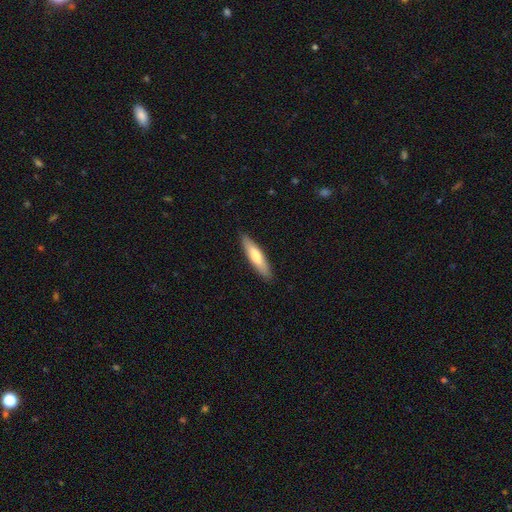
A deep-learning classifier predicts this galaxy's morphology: The model was most divided on "smooth or featured": smooth: 68%, featured or disk: 27%, star or artifact: 5%. More confident: merging — none (89%); how rounded — cigar-shaped (78%).